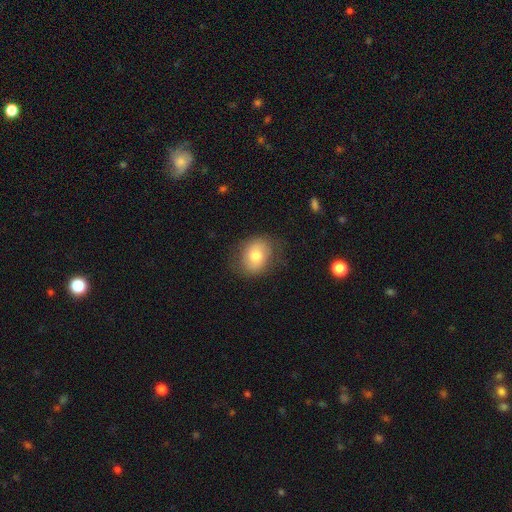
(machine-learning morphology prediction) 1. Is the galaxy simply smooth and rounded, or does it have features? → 71% smooth, 21% featured or disk, 8% star or artifact.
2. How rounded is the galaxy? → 50% in between, 49% round, 1% cigar-shaped.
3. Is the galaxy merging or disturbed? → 73% none, 18% minor disturbance, 7% major disturbance, 1% merger.